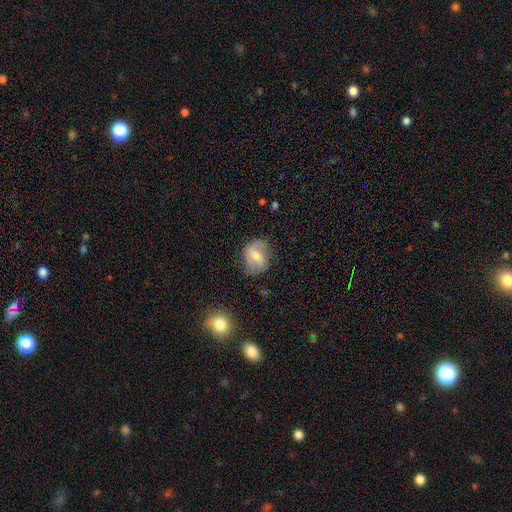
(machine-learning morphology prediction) This appears to be a featured or disk galaxy (47%). Merging: none (62%).